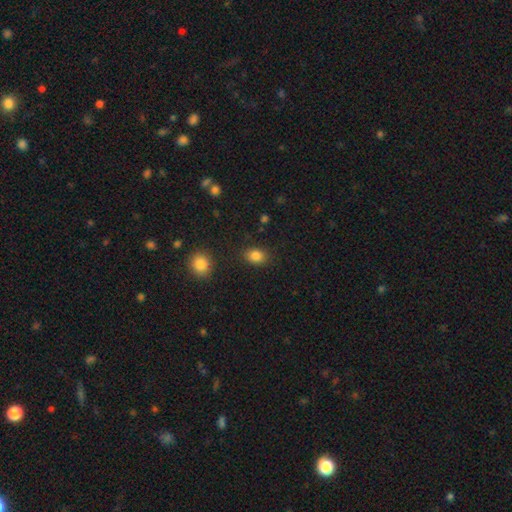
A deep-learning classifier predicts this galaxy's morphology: Smooth or featured? smooth (85%)
How rounded? in between (62%)
Merging? none (85%)